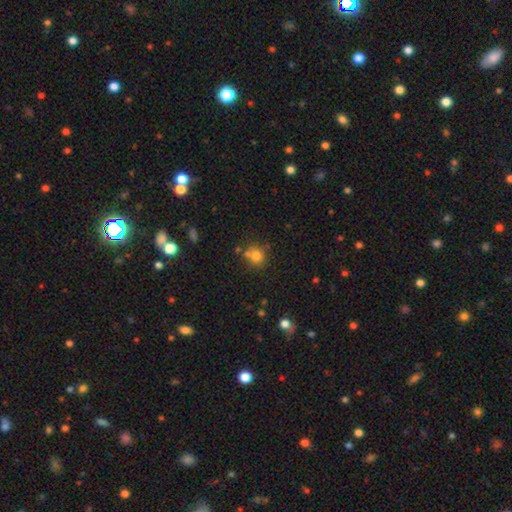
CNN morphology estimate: smooth-or-featured: smooth: 78% | star or artifact: 13% | featured or disk: 9%
  how-rounded: round: 81% | in between: 18% | cigar-shaped: 1%
  merging: none: 65% | minor disturbance: 15% | merger: 15% | major disturbance: 5%